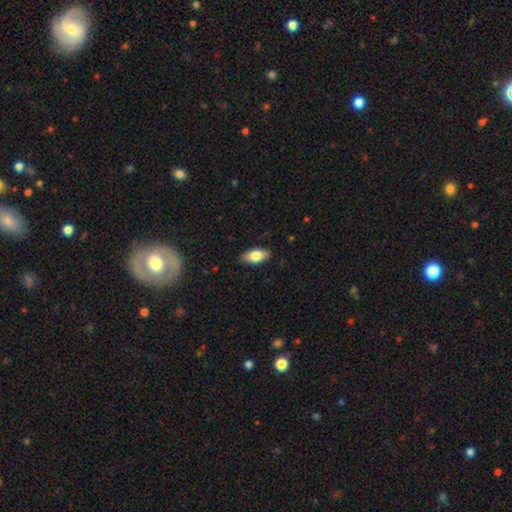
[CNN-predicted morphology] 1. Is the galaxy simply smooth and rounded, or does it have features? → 73% smooth, 20% featured or disk, 7% star or artifact.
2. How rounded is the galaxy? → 86% in between, 10% cigar-shaped, 3% round.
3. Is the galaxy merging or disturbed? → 86% none, 11% minor disturbance, 2% major disturbance, 1% merger.